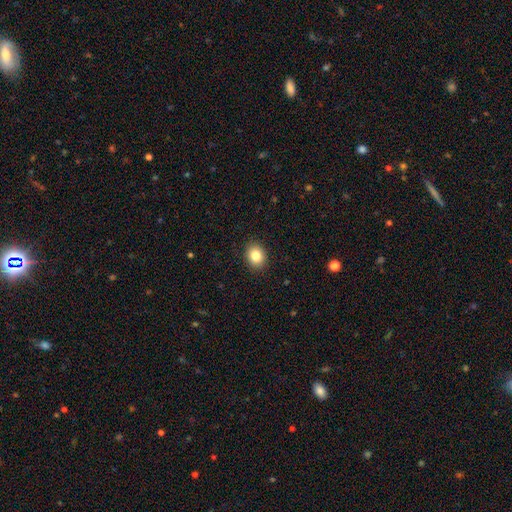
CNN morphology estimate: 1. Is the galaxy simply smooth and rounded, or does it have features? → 85% smooth, 10% star or artifact, 6% featured or disk.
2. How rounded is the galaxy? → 53% round, 46% in between, 1% cigar-shaped.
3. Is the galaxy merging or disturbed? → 90% none, 7% minor disturbance, 2% major disturbance, 1% merger.